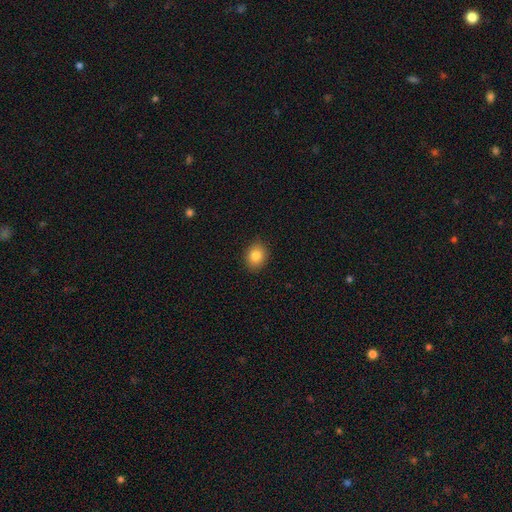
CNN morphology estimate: The model was most divided on "how rounded": round: 51%, in between: 48%, cigar-shaped: 1%. More confident: merging — none (89%); smooth or featured — smooth (85%).